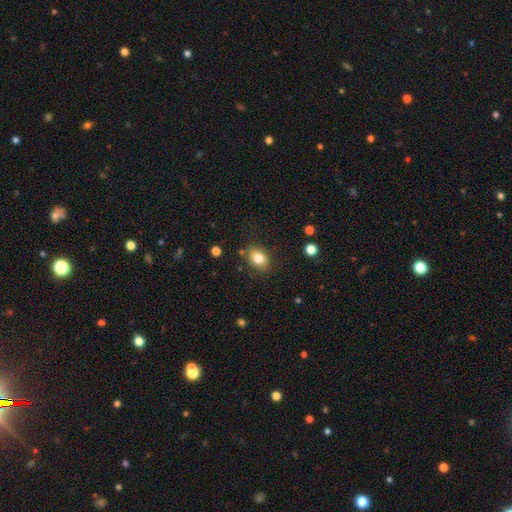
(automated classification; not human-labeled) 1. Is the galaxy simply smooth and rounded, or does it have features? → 82% smooth, 10% star or artifact, 9% featured or disk.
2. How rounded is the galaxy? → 67% in between, 31% round, 1% cigar-shaped.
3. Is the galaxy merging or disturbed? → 82% none, 12% minor disturbance, 3% merger, 3% major disturbance.